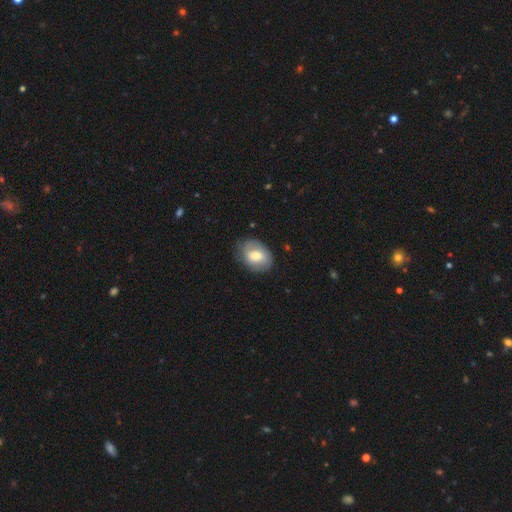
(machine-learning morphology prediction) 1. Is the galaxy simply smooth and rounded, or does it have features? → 59% smooth, 34% featured or disk, 7% star or artifact.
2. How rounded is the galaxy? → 69% in between, 30% round, 1% cigar-shaped.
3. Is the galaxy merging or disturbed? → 71% none, 21% minor disturbance, 7% major disturbance, 1% merger.